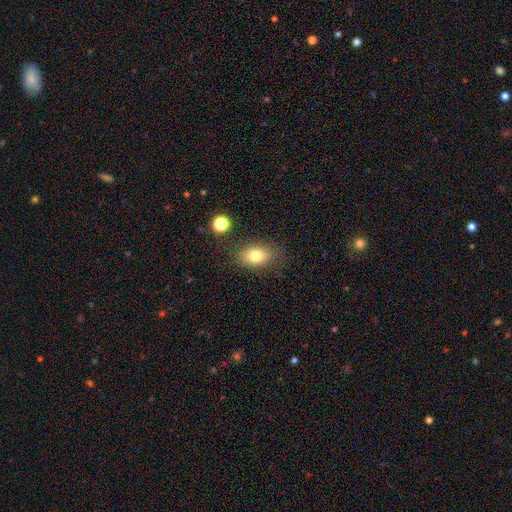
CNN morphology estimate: A smooth galaxy with no disk features (78%) that is in between round and cigar-shaped (82%). Merging: none (77%).